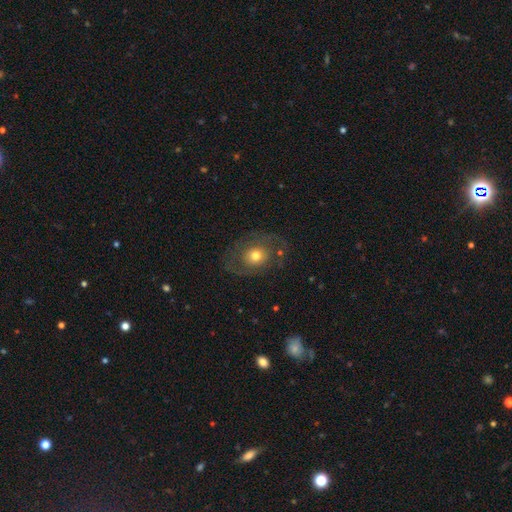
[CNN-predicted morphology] This appears to be a featured or disk galaxy (55%) with no bar (84%), spiral arms (58%) and a moderate central bulge (69%). Merging: none (71%).